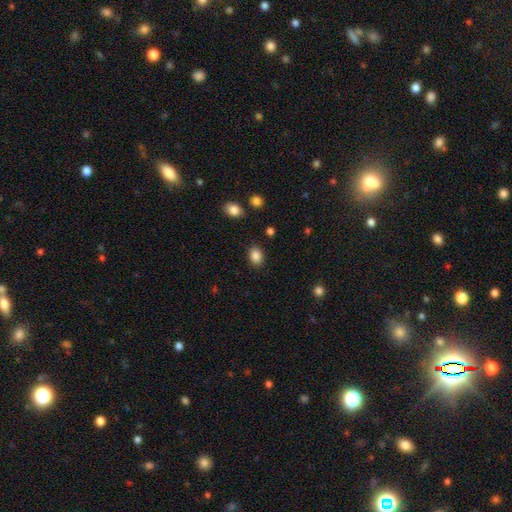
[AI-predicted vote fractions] Morphology: type=smooth (87%); roundness=in between (60%); merging=none (87%).